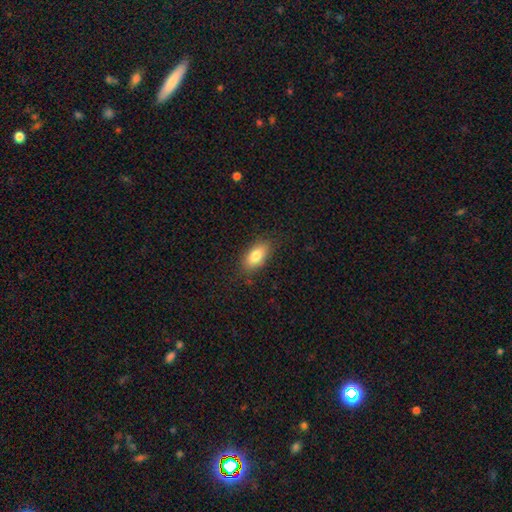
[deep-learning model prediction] Smooth or featured?
  - smooth: 82% *
  - featured or disk: 11%
  - star or artifact: 8%
How rounded?
  - in between: 88% *
  - cigar-shaped: 7%
  - round: 5%
Merging?
  - none: 83% *
  - minor disturbance: 13%
  - major disturbance: 3%
  - merger: 1%